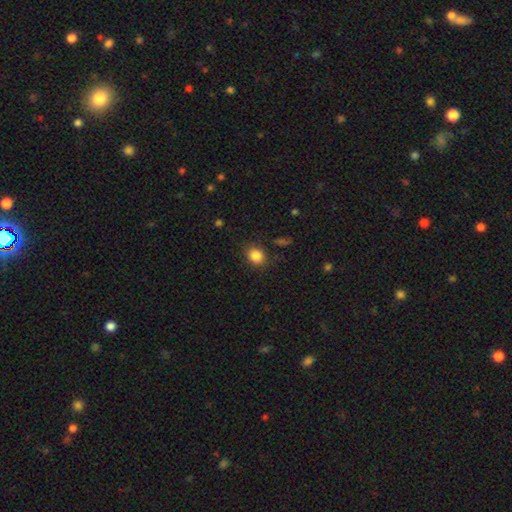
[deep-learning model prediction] Smooth or featured? Predicted: smooth (p=0.85). How rounded? Predicted: round (p=0.67). Merging? Predicted: none (p=0.84).